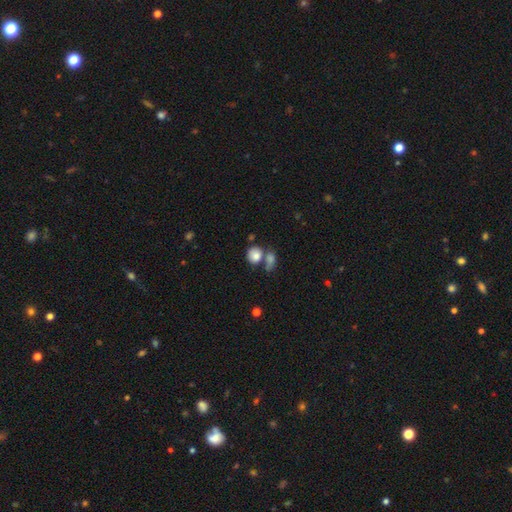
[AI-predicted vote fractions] Smooth or featured?
  - smooth: 81% *
  - featured or disk: 10%
  - star or artifact: 9%
How rounded?
  - round: 72% *
  - in between: 26%
  - cigar-shaped: 1%
Merging?
  - none: 44% *
  - merger: 38%
  - minor disturbance: 12%
  - major disturbance: 6%